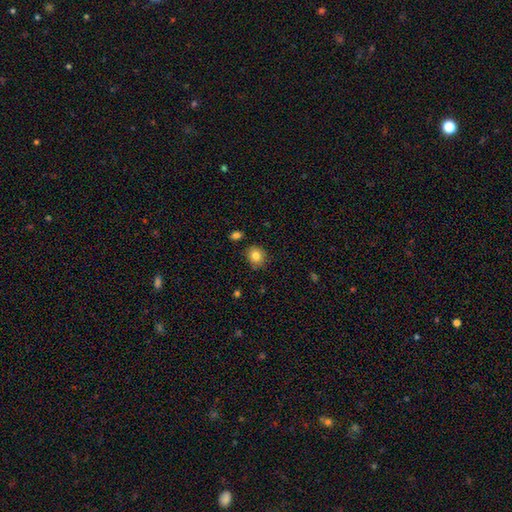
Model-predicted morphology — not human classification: This appears to be a smooth galaxy with no disk features (83%) that is round (75%). Merging: none (84%).